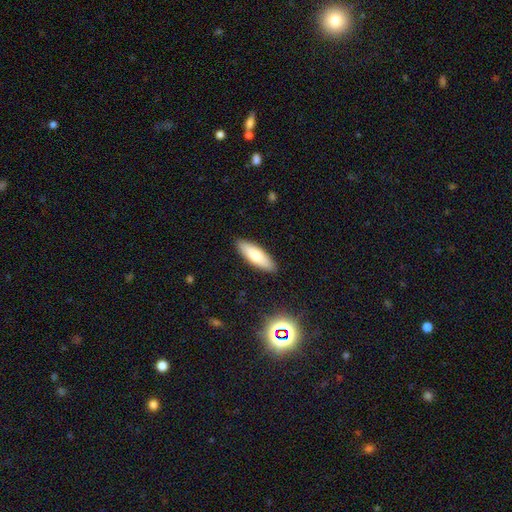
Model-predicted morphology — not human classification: smooth_or_featured: smooth (p=0.72) [alt: featured or disk p=0.21]
how_rounded: in between (p=0.57) [alt: cigar-shaped p=0.41]
merging: none (p=0.90) [alt: minor disturbance p=0.08]